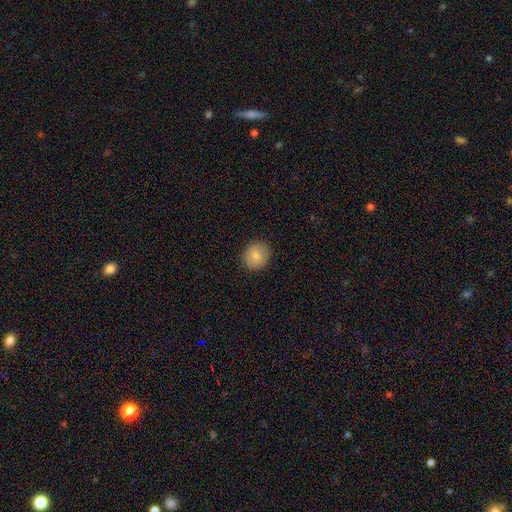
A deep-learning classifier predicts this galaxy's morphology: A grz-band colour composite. It shows a smooth galaxy with no disk features (83%) that is round (79%). Merging: none (88%).